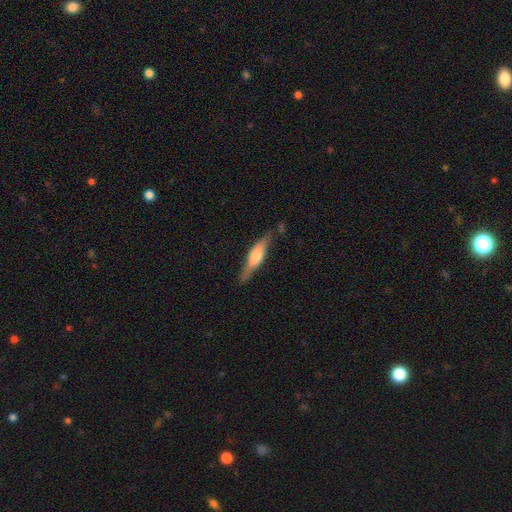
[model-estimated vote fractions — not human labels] featured or disk 53%, smooth 41%, star or artifact 6%. Down the decision tree: edge-on disk — yes (92%); merging — none (79%).